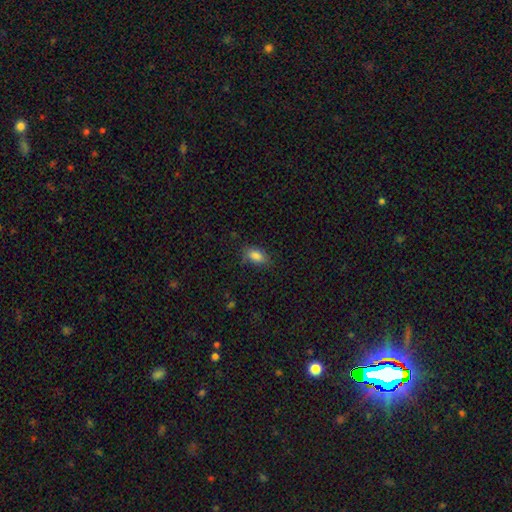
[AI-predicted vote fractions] smooth 85%, star or artifact 9%, featured or disk 6%. Down the decision tree: how rounded — in between (88%); merging — none (75%).